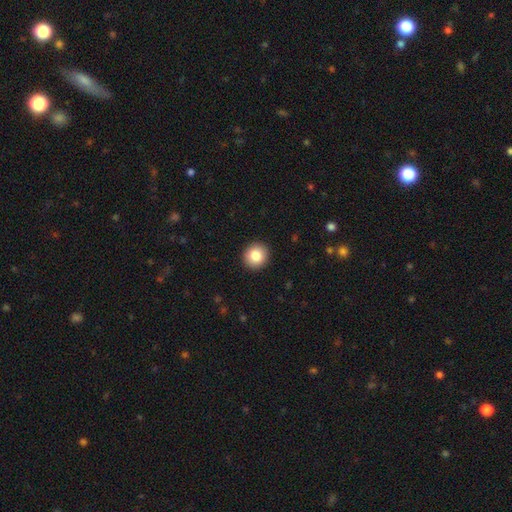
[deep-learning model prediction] smooth_or_featured: smooth (p=0.84) [alt: star or artifact p=0.09]
how_rounded: round (p=0.91) [alt: in between p=0.08]
merging: none (p=0.93) [alt: minor disturbance p=0.05]